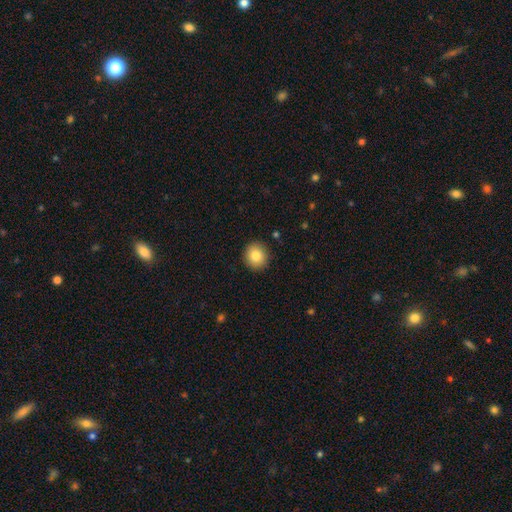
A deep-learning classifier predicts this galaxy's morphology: This appears to be a smooth galaxy with no disk features (84%) that is round (90%). Merging: none (91%).